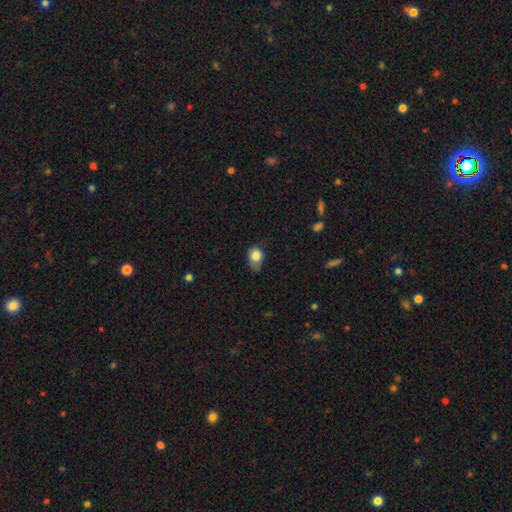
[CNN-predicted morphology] This appears to be a smooth galaxy with no disk features (82%) that is in between round and cigar-shaped (58%). Merging: minor disturbance (45%).